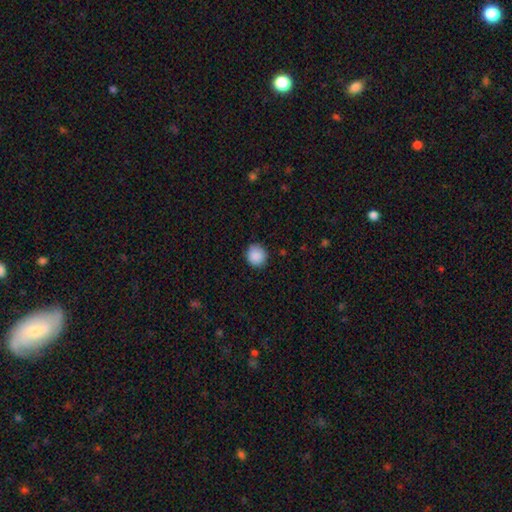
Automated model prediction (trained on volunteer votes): smooth_or_featured: smooth (p=0.89) [alt: star or artifact p=0.08]
how_rounded: round (p=0.92) [alt: in between p=0.07]
merging: none (p=0.87) [alt: minor disturbance p=0.10]